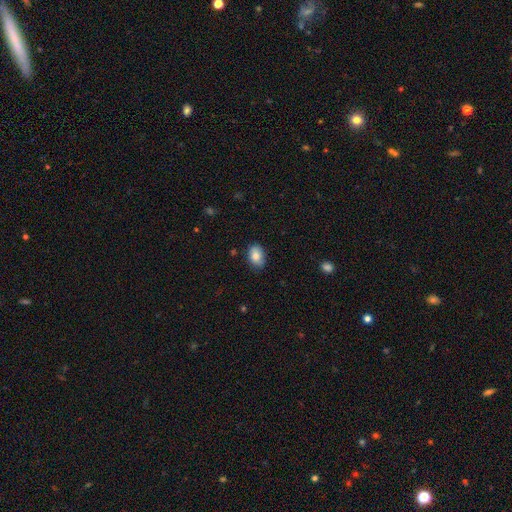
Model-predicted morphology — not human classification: This is clearly a smooth galaxy (82%). How rounded: clearly in between (83%). Merging: clearly none (82%).